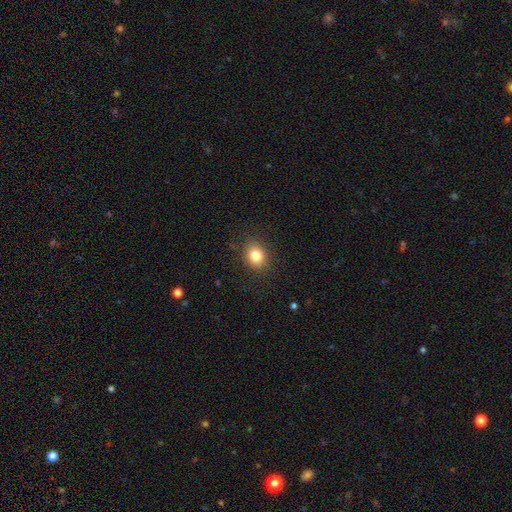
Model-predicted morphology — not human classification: smooth_or_featured: smooth (p=0.83) [alt: star or artifact p=0.11]
how_rounded: round (p=0.56) [alt: in between p=0.43]
merging: none (p=0.85) [alt: minor disturbance p=0.11]